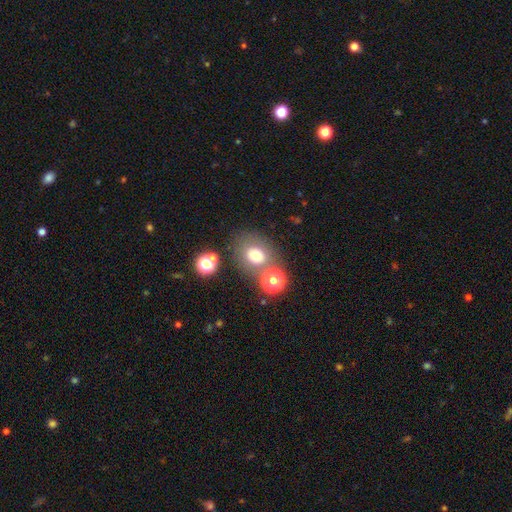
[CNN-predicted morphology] type=smooth (70%); roundness=round (64%); merging=none (65%).